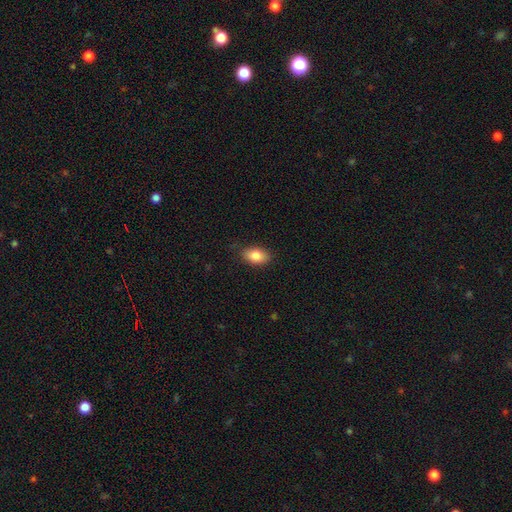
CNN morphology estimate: A smooth galaxy with no disk features (85%) that is in between round and cigar-shaped (87%). Merging: none (83%).